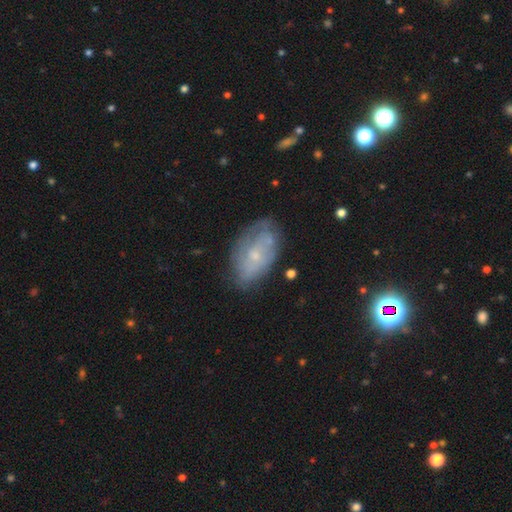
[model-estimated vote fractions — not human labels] A featured or disk galaxy (53%).

Vote fractions:
- Smooth or featured? featured or disk: 53% / smooth: 38% / star or artifact: 9%
- Edge-on disk? no: 93% / yes: 7%
- Merging? none: 65% / minor disturbance: 25% / major disturbance: 8% / merger: 2%